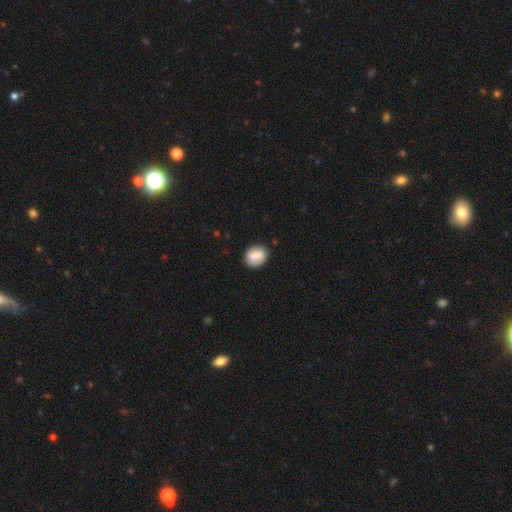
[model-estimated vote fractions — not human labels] A smooth galaxy with no disk features (74%) that is round (51%). Merging: none (84%).